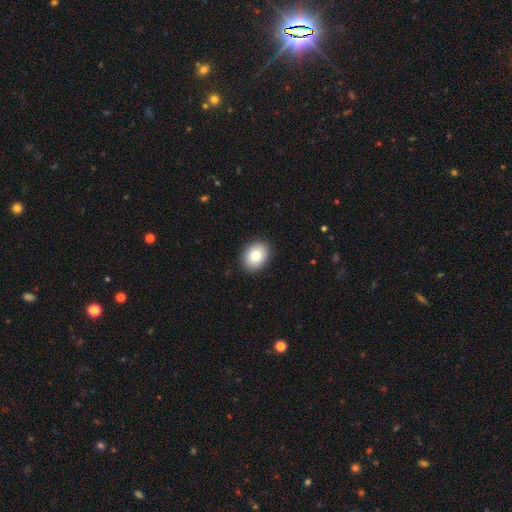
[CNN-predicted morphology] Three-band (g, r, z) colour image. It shows a smooth galaxy with no disk features (84%) that is in between round and cigar-shaped (63%). Merging: none (90%).